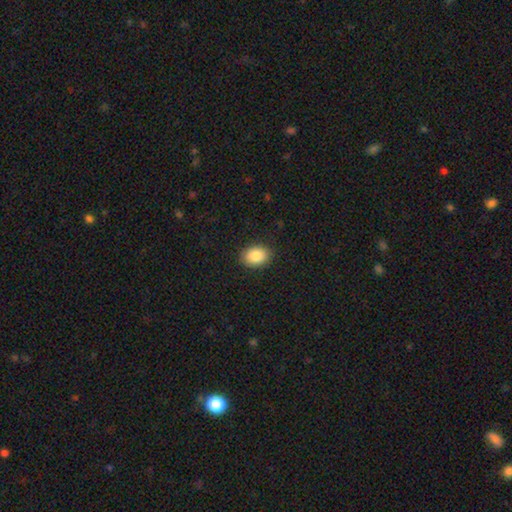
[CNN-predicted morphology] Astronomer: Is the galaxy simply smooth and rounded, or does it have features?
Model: smooth — 88%.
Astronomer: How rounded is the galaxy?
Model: in between — 76%.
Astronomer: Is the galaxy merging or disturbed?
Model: none — 89%.